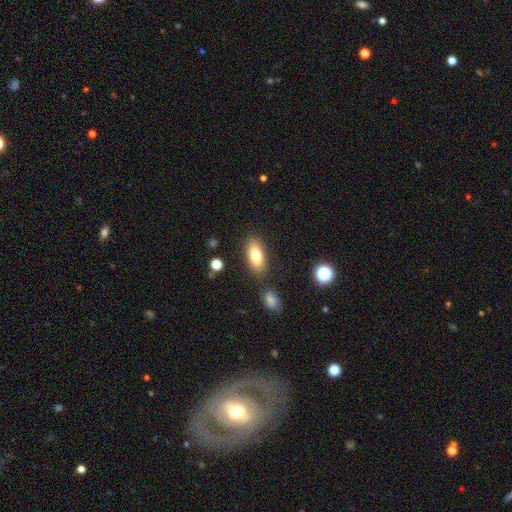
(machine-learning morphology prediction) Q: Smooth or featured?
A: smooth (78%); runner-up: featured or disk (15%)
Q: How rounded?
A: in between (85%); runner-up: cigar-shaped (11%)
Q: Merging?
A: none (82%); runner-up: minor disturbance (10%)